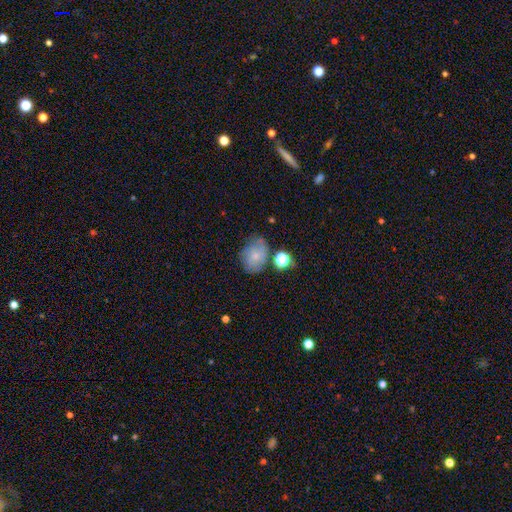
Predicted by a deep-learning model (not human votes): This appears to be a smooth galaxy with no disk features (64%) that is in between round and cigar-shaped (66%). Merging: none (56%).